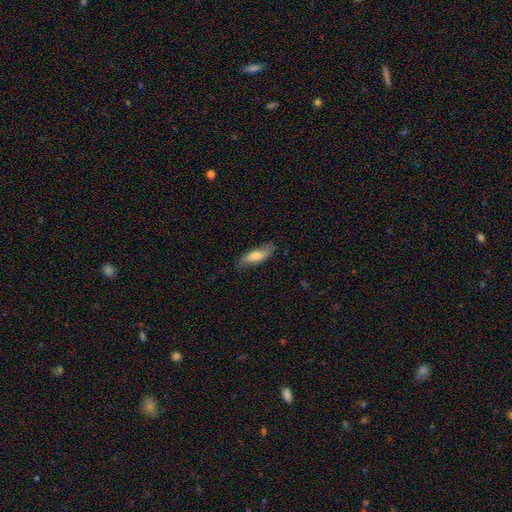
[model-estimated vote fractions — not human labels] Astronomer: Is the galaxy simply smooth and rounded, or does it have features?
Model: smooth — 58% (runner-up: featured or disk, 36%).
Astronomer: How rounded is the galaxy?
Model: in between — 50% (runner-up: cigar-shaped, 47%).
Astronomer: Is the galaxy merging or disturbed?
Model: none — 77%.